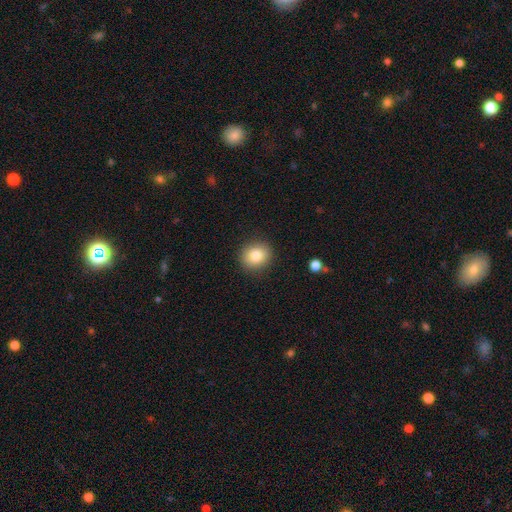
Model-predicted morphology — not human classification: smooth_or_featured: smooth (p=0.81) [alt: star or artifact p=0.10]
how_rounded: round (p=0.82) [alt: in between p=0.17]
merging: none (p=0.90) [alt: minor disturbance p=0.07]